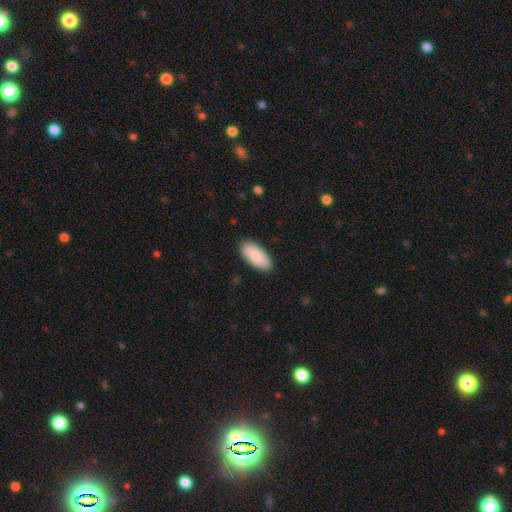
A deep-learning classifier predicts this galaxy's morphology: smooth 86%, featured or disk 8%, star or artifact 6%. Down the decision tree: how rounded — in between (89%); merging — none (87%).